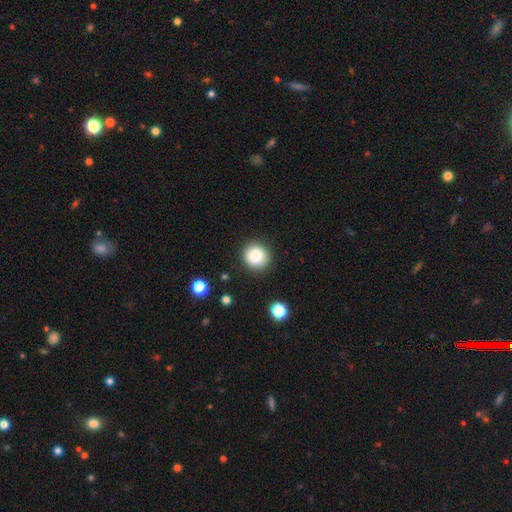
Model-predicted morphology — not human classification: smooth_or_featured: smooth (p=0.85) [alt: star or artifact p=0.10]
how_rounded: round (p=0.91) [alt: in between p=0.08]
merging: none (p=0.89) [alt: minor disturbance p=0.07]